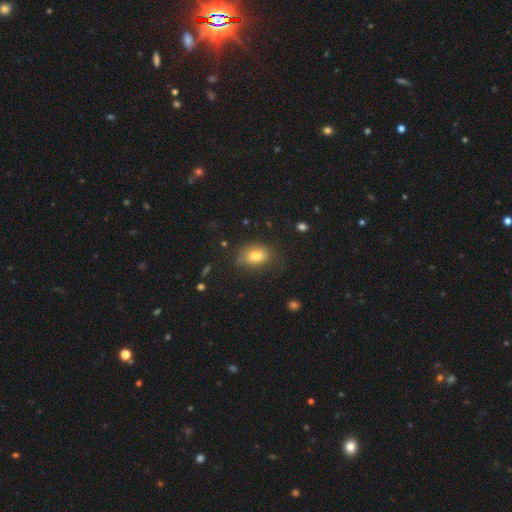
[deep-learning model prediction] A smooth galaxy with no disk features (76%) that is in between round and cigar-shaped (71%).

Vote fractions:
- Smooth or featured? smooth: 76% / featured or disk: 13% / star or artifact: 11%
- How rounded? in between: 71% / round: 28% / cigar-shaped: 1%
- Merging? none: 69% / minor disturbance: 22% / major disturbance: 7% / merger: 2%